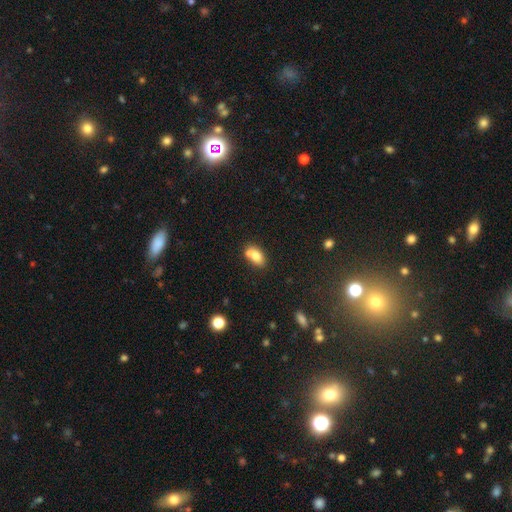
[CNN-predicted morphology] smooth_or_featured: smooth (p=0.76) [alt: featured or disk p=0.15]
how_rounded: in between (p=0.85) [alt: round p=0.13]
merging: none (p=0.45) [alt: merger p=0.38]